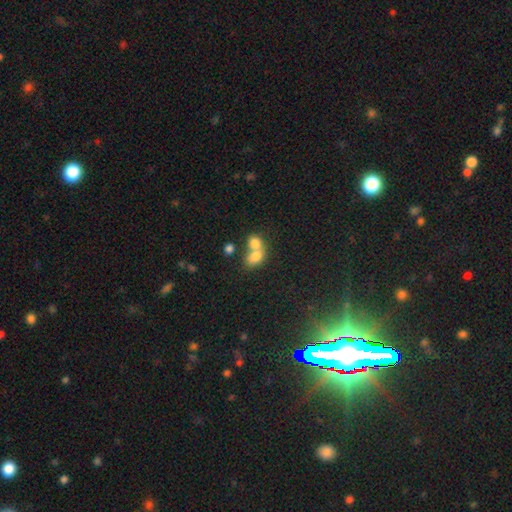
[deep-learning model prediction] Smooth or featured? smooth (75%)
How rounded? in between (64%)
Merging? merger (67%)